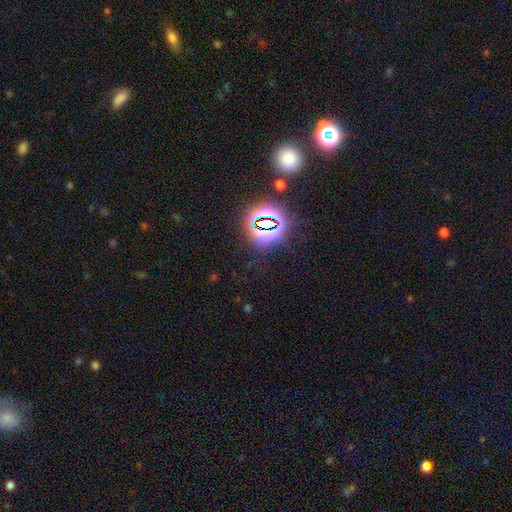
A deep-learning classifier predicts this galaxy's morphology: smooth-or-featured: star or artifact: 80% | smooth: 13% | featured or disk: 7%